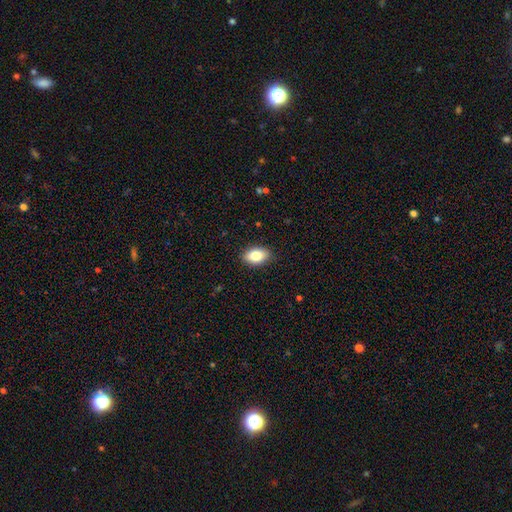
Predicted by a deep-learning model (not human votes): This is clearly a smooth galaxy (83%). How rounded: clearly in between (88%). Merging: clearly none (89%).